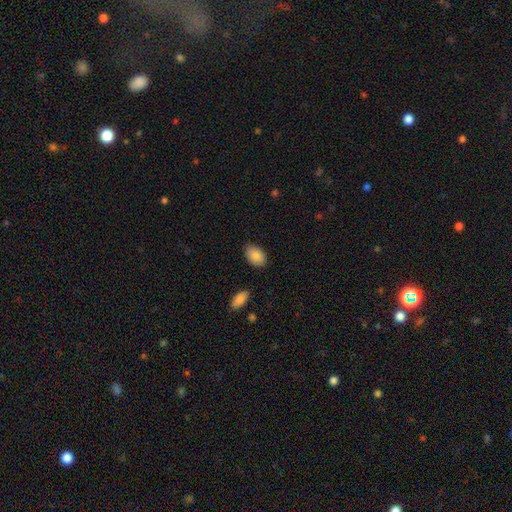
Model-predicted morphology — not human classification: This appears to be a smooth galaxy with no disk features (88%) that is in between round and cigar-shaped (87%). Merging: none (82%).